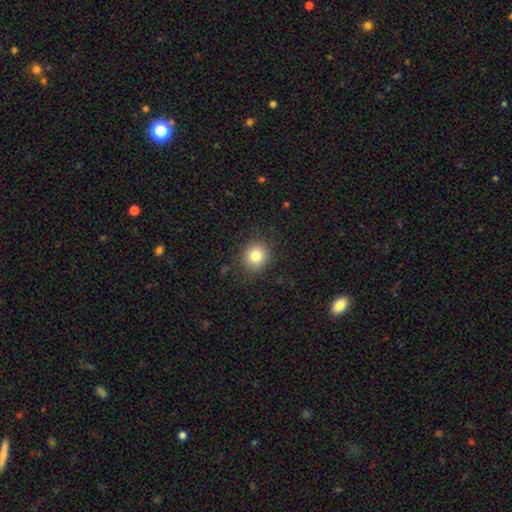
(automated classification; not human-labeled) This appears to be a smooth galaxy with no disk features (82%) that is round (82%). Merging: none (88%).